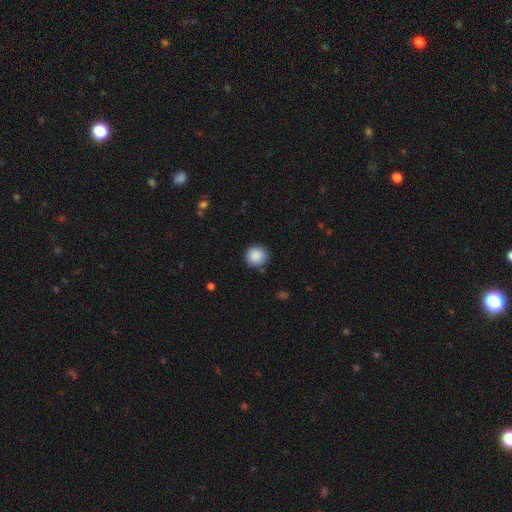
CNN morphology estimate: smooth_or_featured: smooth (p=0.88) [alt: star or artifact p=0.09]
how_rounded: round (p=0.94) [alt: in between p=0.05]
merging: none (p=0.88) [alt: minor disturbance p=0.08]